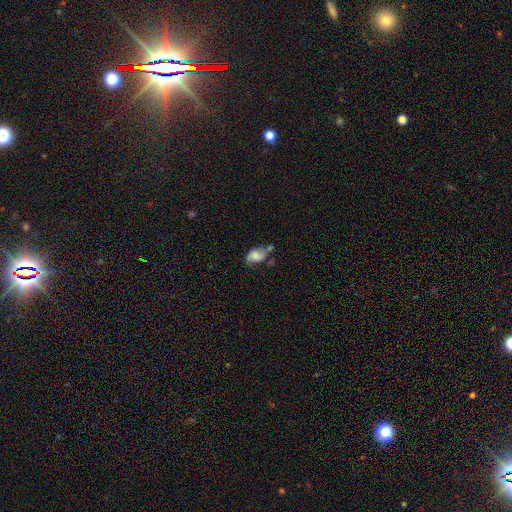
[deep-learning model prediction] A smooth galaxy with no disk features (45%).

Vote fractions:
- Smooth or featured? smooth: 45% / featured or disk: 44% / star or artifact: 10%
- Merging? none: 40% / minor disturbance: 28% / merger: 17% / major disturbance: 16%